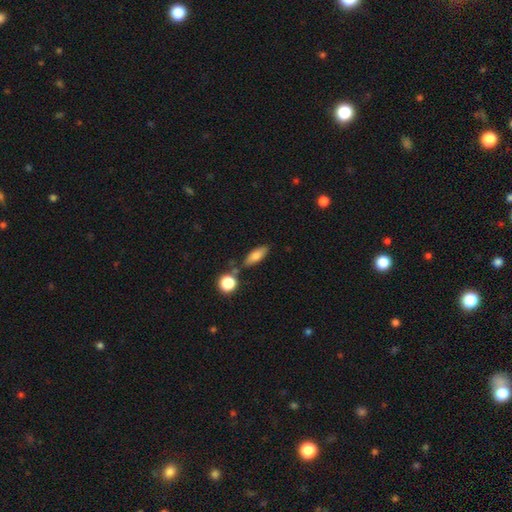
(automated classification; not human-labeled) This is likely a smooth galaxy (77%). How rounded: likely in between (66%). Merging: likely none (73%).